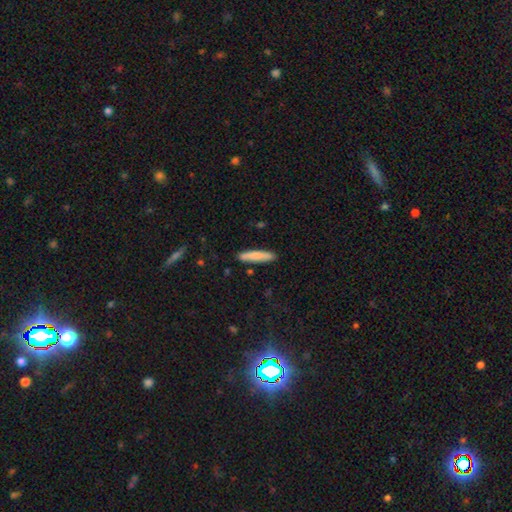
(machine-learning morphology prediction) smooth 81%, featured or disk 13%, star or artifact 6%. Down the decision tree: how rounded — cigar-shaped (89%); merging — none (87%).